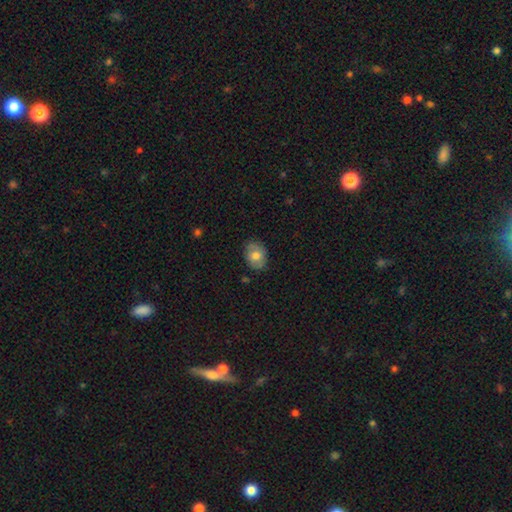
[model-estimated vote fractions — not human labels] smooth 68%, featured or disk 24%, star or artifact 8%. Down the decision tree: how rounded — in between (63%); merging — none (82%).